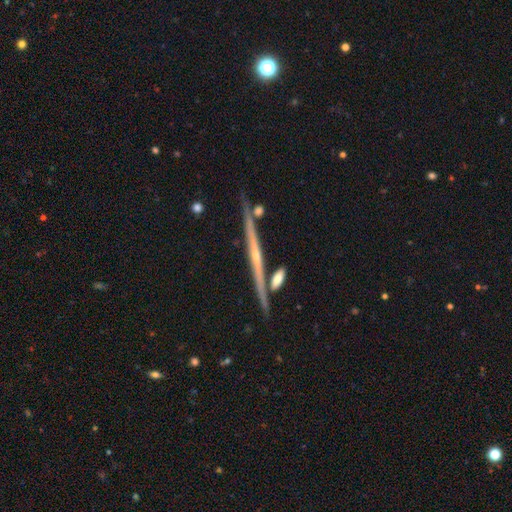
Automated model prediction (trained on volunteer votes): Q: Smooth or featured?
A: featured or disk (79%); runner-up: smooth (13%)
Q: Edge-on disk?
A: yes (97%); runner-up: no (3%)
Q: Edge-on bulge?
A: rounded (53%); runner-up: none (39%)
Q: Merging?
A: none (82%); runner-up: minor disturbance (10%)